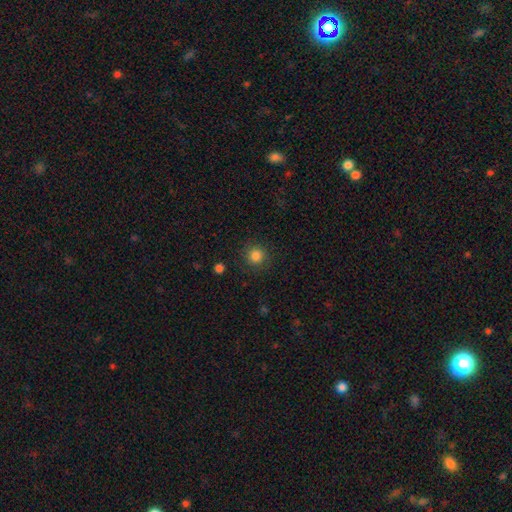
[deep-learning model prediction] Q: Smooth or featured?
A: smooth (83%); runner-up: star or artifact (12%)
Q: How rounded?
A: round (93%); runner-up: in between (6%)
Q: Merging?
A: none (87%); runner-up: minor disturbance (8%)